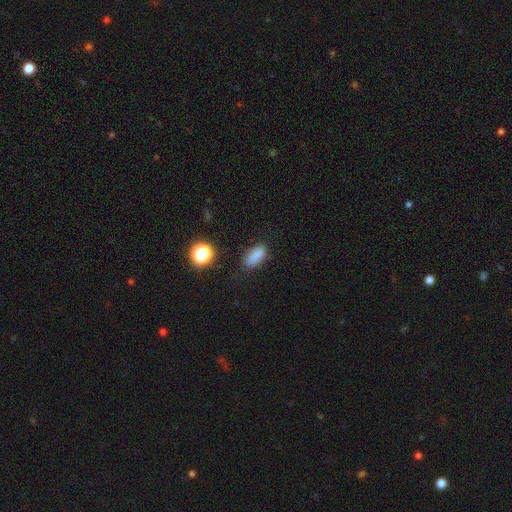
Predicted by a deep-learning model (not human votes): This is clearly a smooth galaxy (83%). How rounded: likely in between (79%). Merging: clearly none (81%).